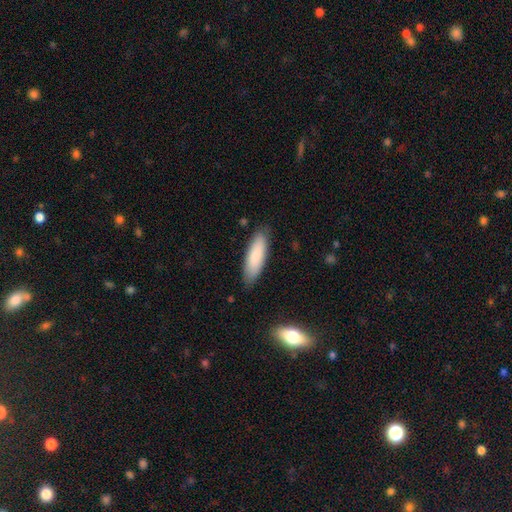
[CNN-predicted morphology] A smooth galaxy with no disk features (80%) that is cigar-shaped (51%).

Vote fractions:
- Smooth or featured? smooth: 80% / featured or disk: 14% / star or artifact: 6%
- How rounded? cigar-shaped: 51% / in between: 48% / round: 1%
- Merging? none: 84% / minor disturbance: 12% / major disturbance: 2% / merger: 1%